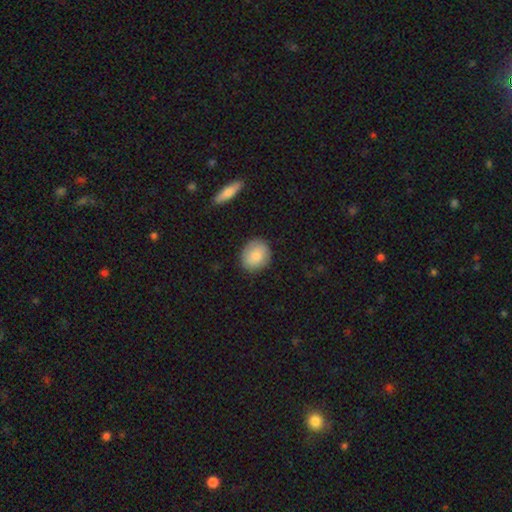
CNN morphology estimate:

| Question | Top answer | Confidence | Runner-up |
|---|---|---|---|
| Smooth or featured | smooth | 85% | featured or disk (8%) |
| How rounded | round | 66% | in between (33%) |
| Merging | none | 85% | minor disturbance (11%) |